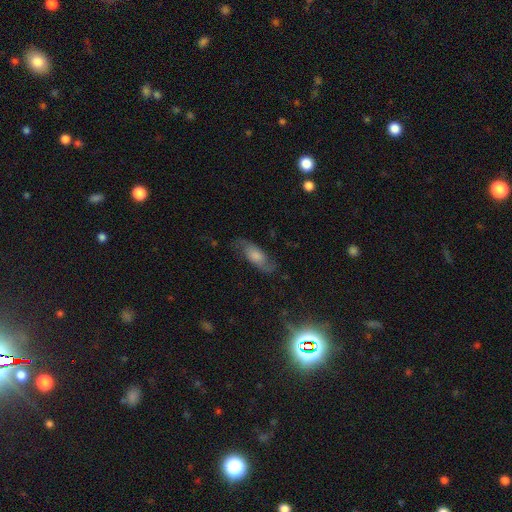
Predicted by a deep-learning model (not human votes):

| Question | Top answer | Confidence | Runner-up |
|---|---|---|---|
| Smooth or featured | featured or disk | 58% | smooth (34%) |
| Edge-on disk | no | 87% | yes (13%) |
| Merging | none | 71% | minor disturbance (18%) |